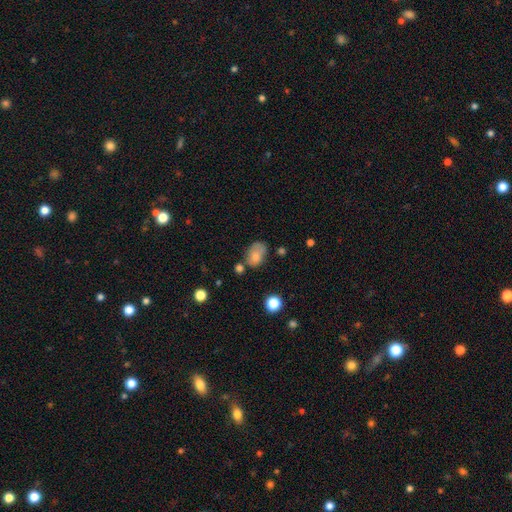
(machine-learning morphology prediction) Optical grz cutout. It shows a smooth galaxy with no disk features (76%) that is in between round and cigar-shaped (82%). Merging: none (47%).